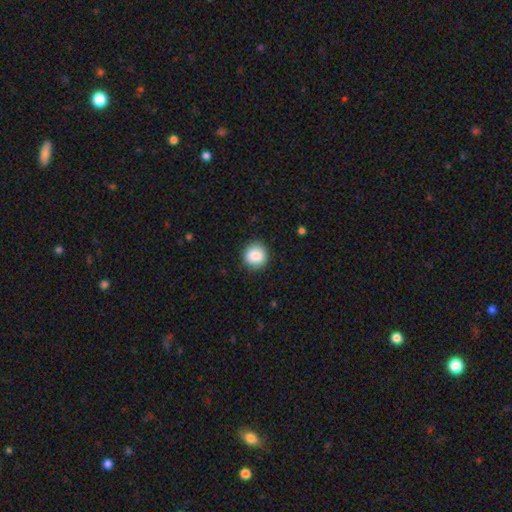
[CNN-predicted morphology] smooth_or_featured: smooth (p=0.86) [alt: star or artifact p=0.08]
how_rounded: round (p=0.91) [alt: in between p=0.08]
merging: none (p=0.89) [alt: minor disturbance p=0.08]